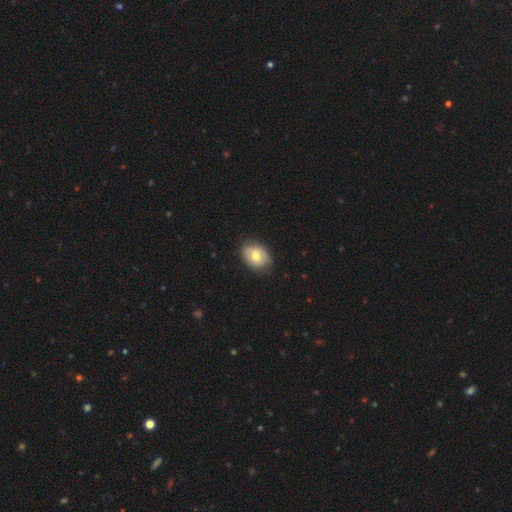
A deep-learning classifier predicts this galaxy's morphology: Q: Smooth or featured?
A: smooth (67%); runner-up: featured or disk (25%)
Q: How rounded?
A: in between (58%); runner-up: round (42%)
Q: Merging?
A: none (80%); runner-up: minor disturbance (16%)